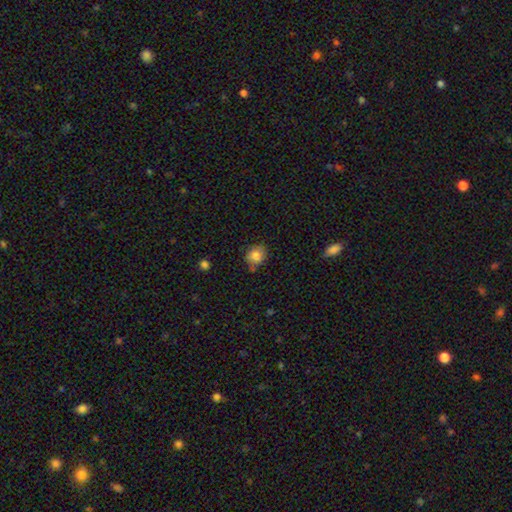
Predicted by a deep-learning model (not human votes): A smooth galaxy with no disk features (81%) that is round (68%). Merging: none (73%).